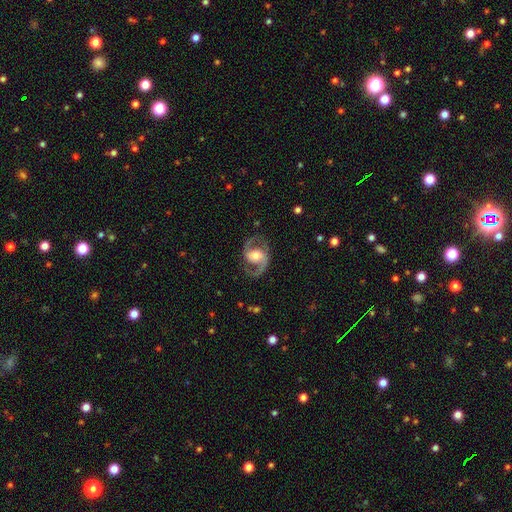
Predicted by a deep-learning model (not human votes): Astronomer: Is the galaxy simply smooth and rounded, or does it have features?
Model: featured or disk — 89%.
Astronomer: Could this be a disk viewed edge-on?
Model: no — 98%.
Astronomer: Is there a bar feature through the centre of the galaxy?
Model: weak — 40% (runner-up: no, 36%).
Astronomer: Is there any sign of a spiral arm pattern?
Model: yes — 96%.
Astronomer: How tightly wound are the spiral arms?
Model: medium — 60%.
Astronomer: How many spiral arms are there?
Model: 2 — 93%.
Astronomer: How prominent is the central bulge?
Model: moderate — 65%.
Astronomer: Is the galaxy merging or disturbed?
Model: none — 80%.